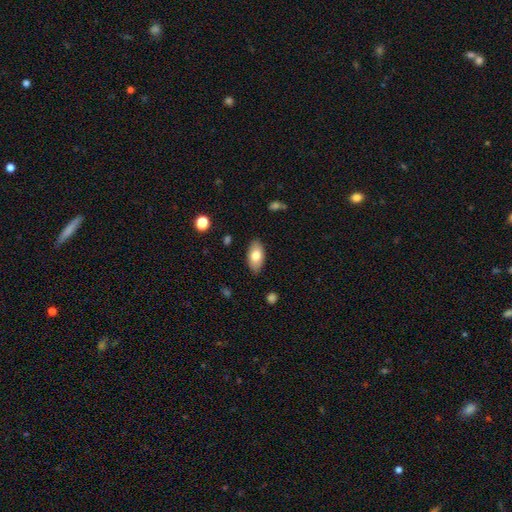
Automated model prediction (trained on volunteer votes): This is likely a smooth galaxy (77%). How rounded: clearly in between (93%). Merging: clearly none (86%).